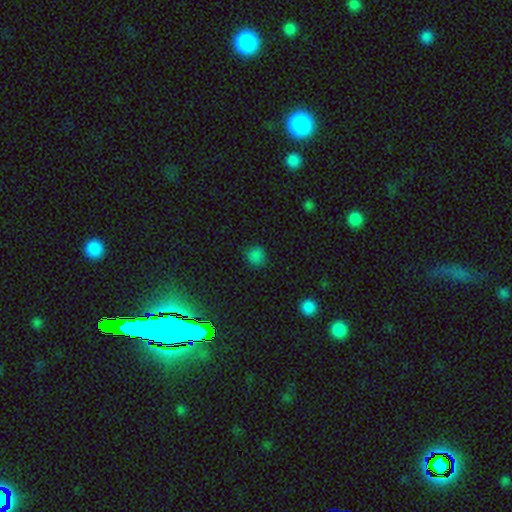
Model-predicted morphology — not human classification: type=smooth (78%); roundness=round (90%); merging=none (86%).